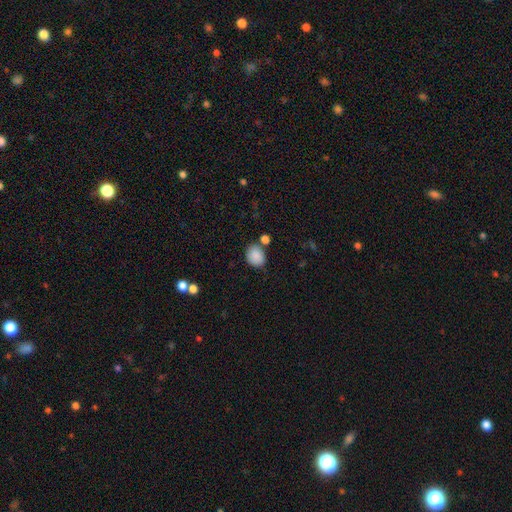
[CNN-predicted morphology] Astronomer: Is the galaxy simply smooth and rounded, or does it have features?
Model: smooth — 88%.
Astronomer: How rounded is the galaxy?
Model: round — 50% (runner-up: in between, 49%).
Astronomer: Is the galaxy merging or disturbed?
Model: none — 72%.